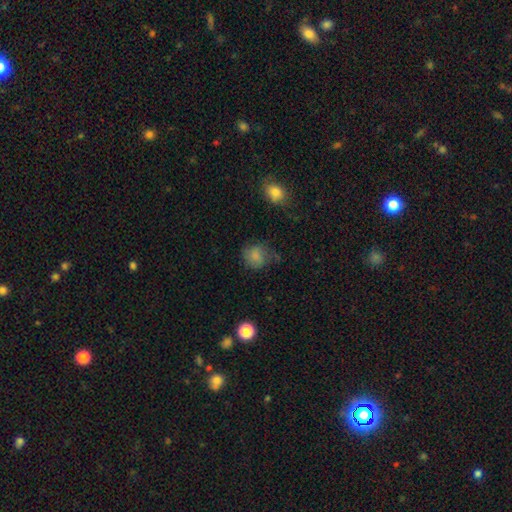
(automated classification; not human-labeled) Smooth or featured? Predicted: smooth (p=0.73). How rounded? Predicted: round (p=0.72). Merging? Predicted: none (p=0.55).